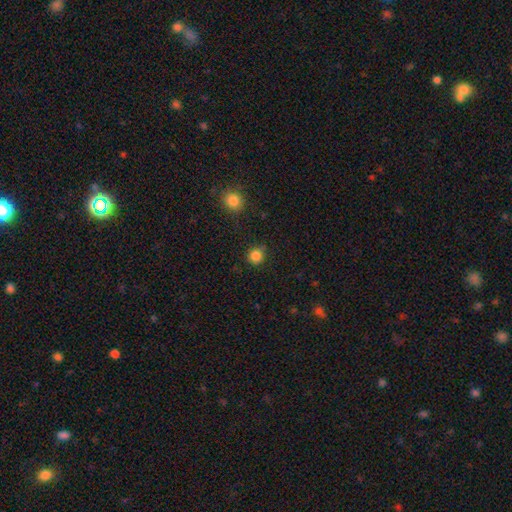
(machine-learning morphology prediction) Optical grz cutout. It shows a smooth galaxy with no disk features (84%) that is round (92%). Merging: none (83%).